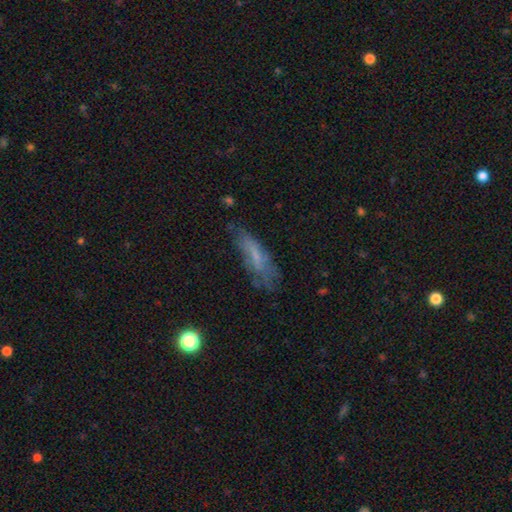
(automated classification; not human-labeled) smooth-or-featured: smooth: 49% | featured or disk: 40% | star or artifact: 10%
  merging: none: 59% | minor disturbance: 26% | major disturbance: 12% | merger: 3%